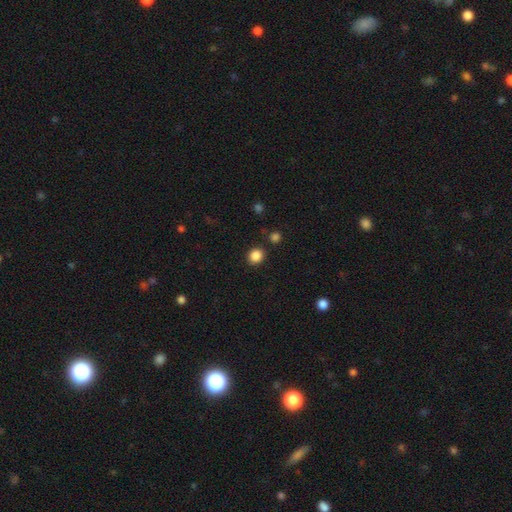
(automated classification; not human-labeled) Q: Smooth or featured?
A: smooth (86%); runner-up: star or artifact (10%)
Q: How rounded?
A: round (77%); runner-up: in between (22%)
Q: Merging?
A: none (87%); runner-up: minor disturbance (7%)